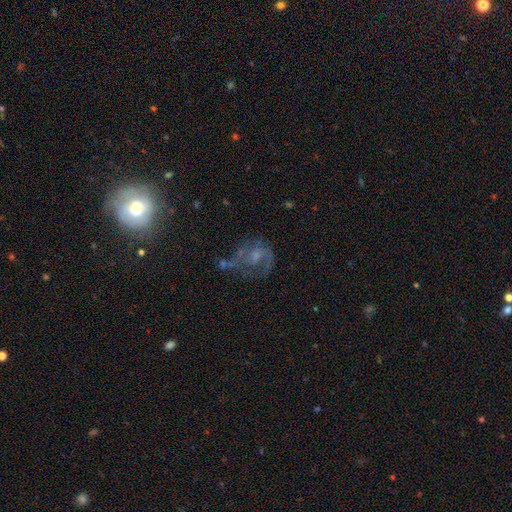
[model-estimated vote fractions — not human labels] Smooth or featured?
  - featured or disk: 68% *
  - smooth: 18%
  - star or artifact: 13%
Edge-on disk?
  - no: 98% *
  - yes: 2%
Bar?
  - no: 64% *
  - weak: 31%
  - strong: 6%
Spiral arms?
  - yes: 75% *
  - no: 25%
Bulge size?
  - small: 37% *
  - moderate: 32%
  - none: 25%
  - large: 5%
  - dominant: 2%
Merging?
  - major disturbance: 36% *
  - none: 35%
  - minor disturbance: 18%
  - merger: 10%